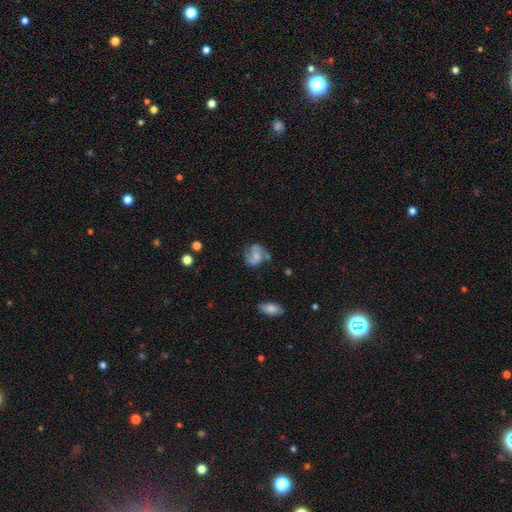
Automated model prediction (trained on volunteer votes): Smooth or featured? featured or disk (61%)
Edge-on disk? no (97%)
Bar? no (48%)
Spiral arms? yes (86%)
Spiral winding? medium (45%)
Spiral arm count? 2 (84%)
Bulge size? small (41%)
Merging? none (56%)